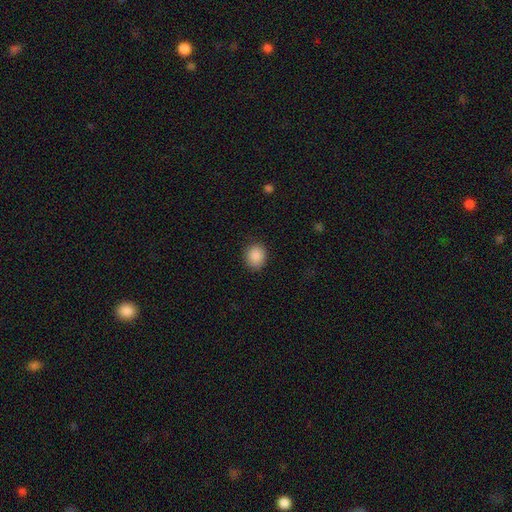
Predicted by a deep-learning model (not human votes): smooth 89%, star or artifact 9%, featured or disk 3%. Down the decision tree: how rounded — round (72%); merging — none (87%).